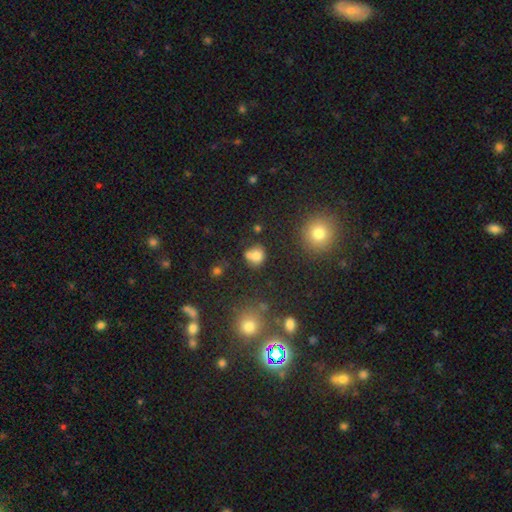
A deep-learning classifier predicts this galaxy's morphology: This is likely a smooth galaxy (74%). How rounded: likely round (70%). Merging: possibly none (46%).